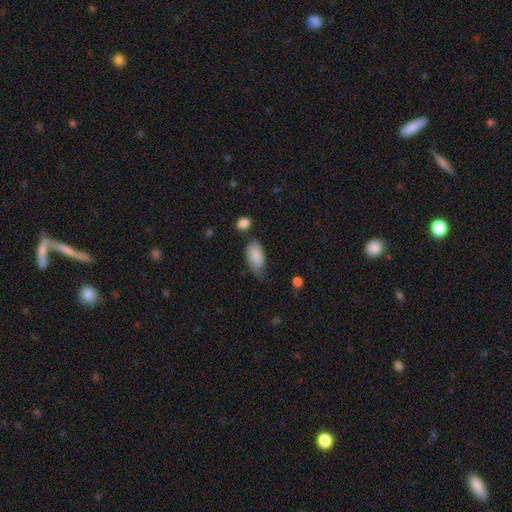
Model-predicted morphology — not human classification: A smooth galaxy with no disk features (85%) that is in between round and cigar-shaped (94%).

Vote fractions:
- Smooth or featured? smooth: 85% / featured or disk: 9% / star or artifact: 6%
- How rounded? in between: 94% / cigar-shaped: 3% / round: 3%
- Merging? none: 49% / minor disturbance: 37% / major disturbance: 10% / merger: 5%